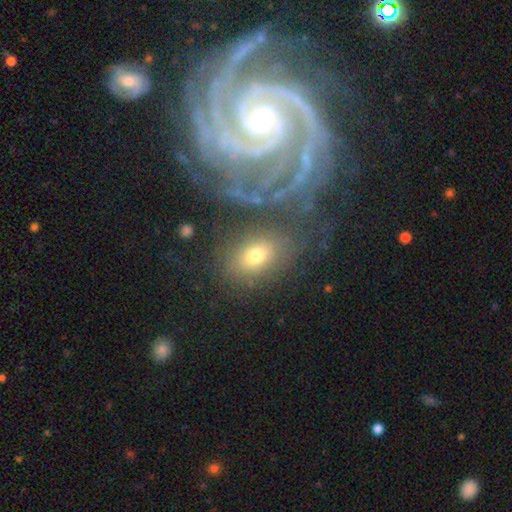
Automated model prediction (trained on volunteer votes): A smooth galaxy with no disk features (53%) that is in between round and cigar-shaped (77%).

Vote fractions:
- Smooth or featured? smooth: 53% / featured or disk: 32% / star or artifact: 15%
- How rounded? in between: 77% / round: 20% / cigar-shaped: 3%
- Merging? none: 64% / minor disturbance: 17% / major disturbance: 10% / merger: 9%